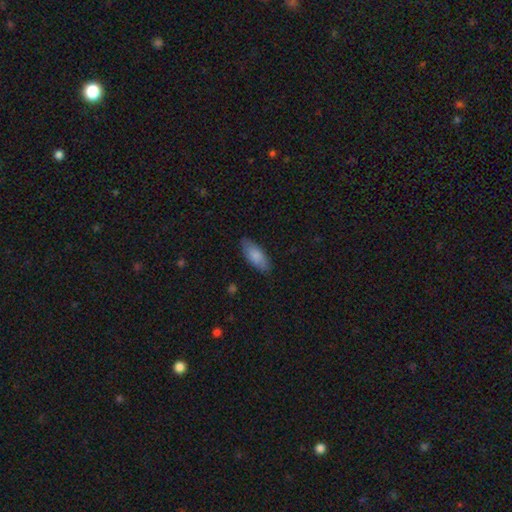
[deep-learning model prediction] Overall: smooth (83%). How rounded: in between (81%). Merging: none (84%).